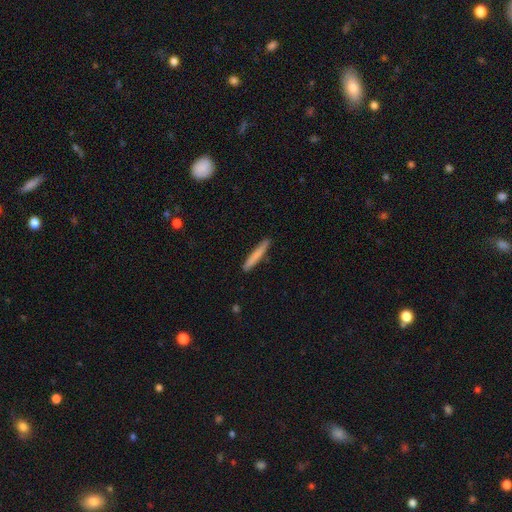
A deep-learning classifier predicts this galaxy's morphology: Smooth or featured? smooth (76%)
How rounded? cigar-shaped (96%)
Merging? none (89%)